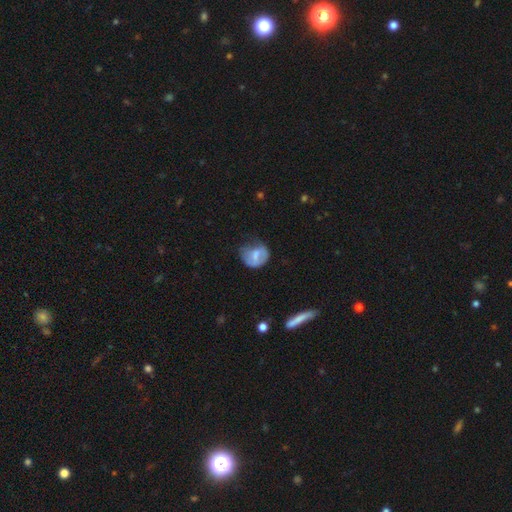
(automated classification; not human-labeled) A smooth galaxy with no disk features (60%) that is round (60%).

Vote fractions:
- Smooth or featured? smooth: 60% / featured or disk: 31% / star or artifact: 8%
- How rounded? round: 60% / in between: 38% / cigar-shaped: 1%
- Merging? none: 36% / minor disturbance: 35% / major disturbance: 26% / merger: 3%